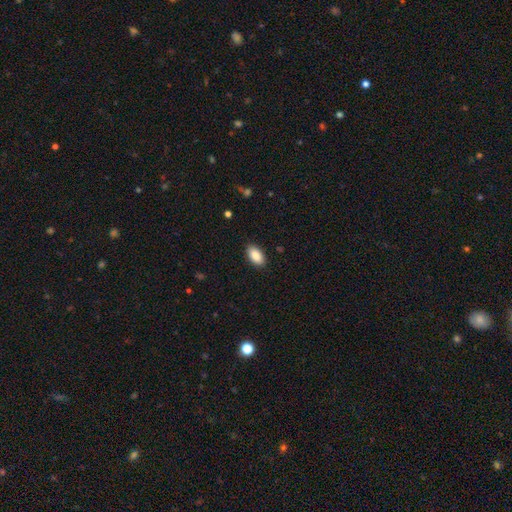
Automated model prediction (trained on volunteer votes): Smooth or featured? Predicted: smooth (p=0.89). How rounded? Predicted: in between (p=0.94). Merging? Predicted: none (p=0.88).